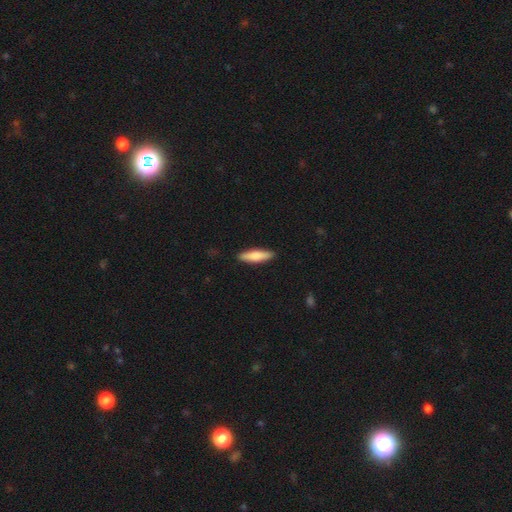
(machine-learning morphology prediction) Q: Smooth or featured?
A: smooth (73%); runner-up: featured or disk (22%)
Q: How rounded?
A: cigar-shaped (70%); runner-up: in between (29%)
Q: Merging?
A: none (90%); runner-up: minor disturbance (7%)